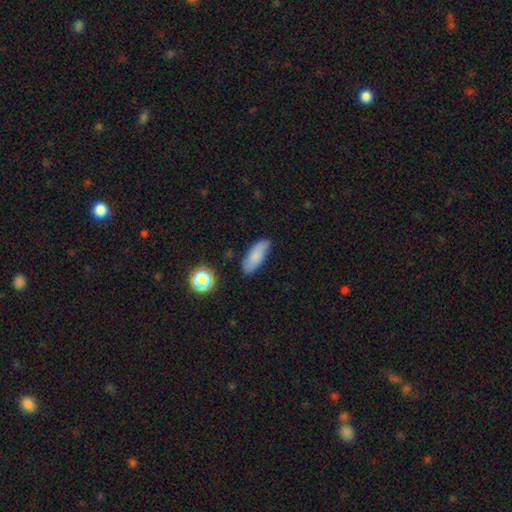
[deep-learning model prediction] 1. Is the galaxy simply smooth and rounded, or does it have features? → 77% smooth, 14% featured or disk, 9% star or artifact.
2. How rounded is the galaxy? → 74% in between, 23% cigar-shaped, 4% round.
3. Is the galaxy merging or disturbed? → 71% none, 22% minor disturbance, 4% major disturbance, 3% merger.